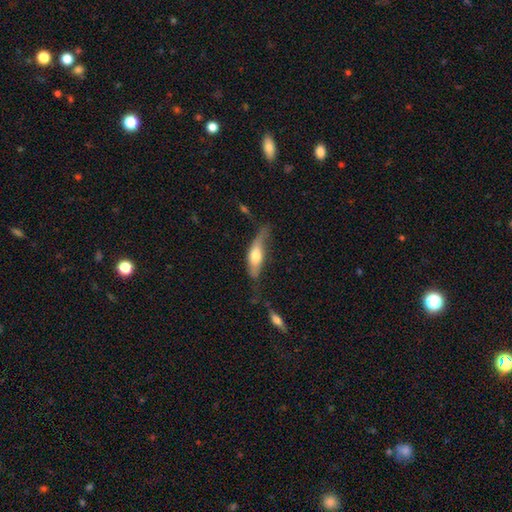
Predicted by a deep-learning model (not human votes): Smooth or featured? Predicted: smooth (p=0.57). How rounded? Predicted: in between (p=0.49). Merging? Predicted: none (p=0.37).